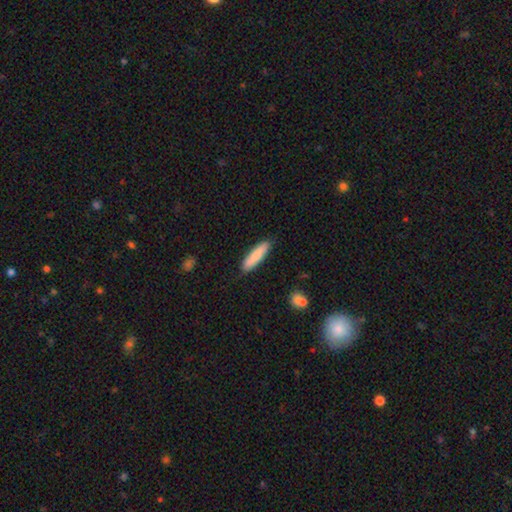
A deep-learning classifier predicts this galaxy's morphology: Smooth or featured: smooth — 79% (featured or disk — 16%)
How rounded: cigar-shaped — 74% (in between — 25%)
Merging: none — 86% (minor disturbance — 11%)